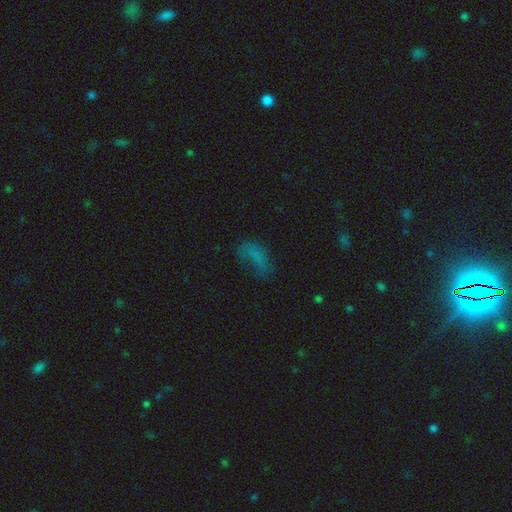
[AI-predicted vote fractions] This appears to be a smooth galaxy with no disk features (54%) that is in between round and cigar-shaped (85%). Merging: major disturbance (37%, tied with none).